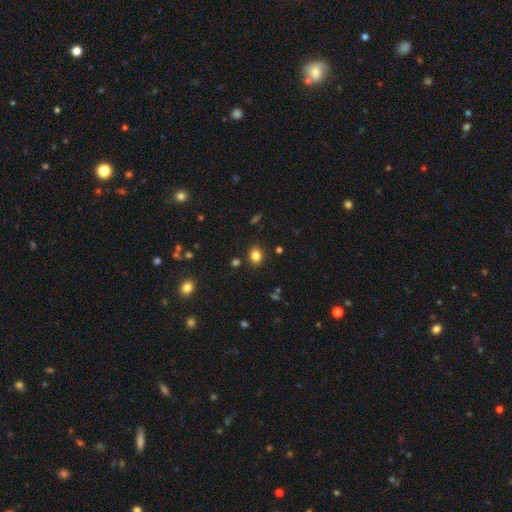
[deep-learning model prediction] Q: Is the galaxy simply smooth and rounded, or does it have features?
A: smooth — 83%.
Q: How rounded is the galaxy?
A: round — 54%.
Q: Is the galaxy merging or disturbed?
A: none — 87%.